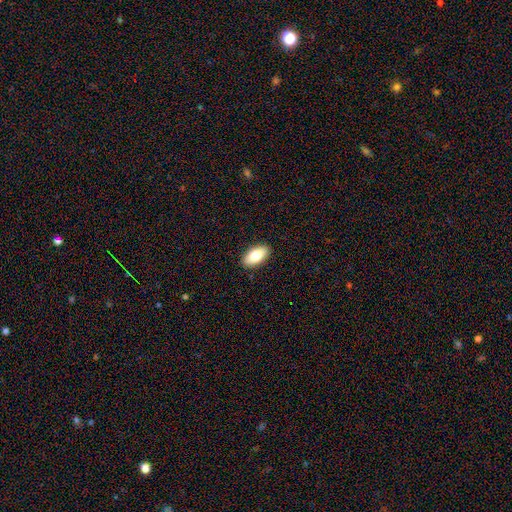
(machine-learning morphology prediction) Overall: smooth (80%). How rounded: in between (92%). Merging: none (90%).